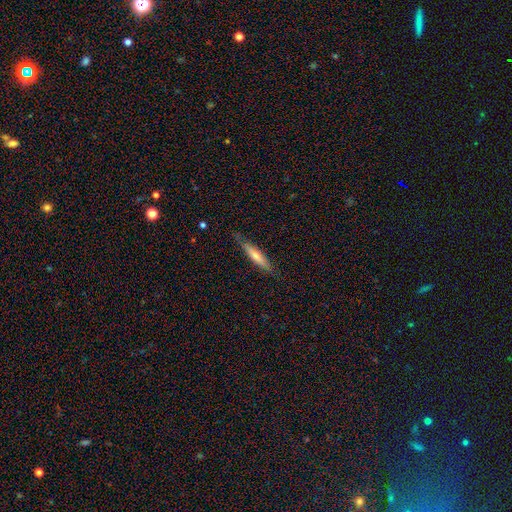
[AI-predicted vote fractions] smooth-or-featured: smooth: 54% | featured or disk: 40% | star or artifact: 6%
  how-rounded: cigar-shaped: 90% | in between: 9% | round: 1%
  merging: none: 83% | minor disturbance: 14% | major disturbance: 2% | merger: 1%